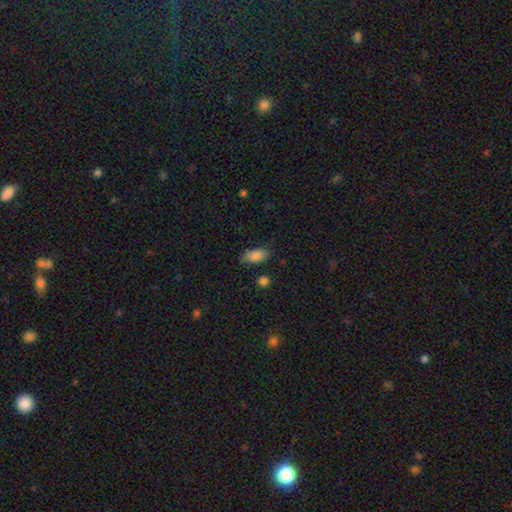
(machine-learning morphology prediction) Q: Smooth or featured?
A: smooth (85%); runner-up: star or artifact (8%)
Q: How rounded?
A: in between (88%); runner-up: cigar-shaped (8%)
Q: Merging?
A: none (76%); runner-up: minor disturbance (17%)